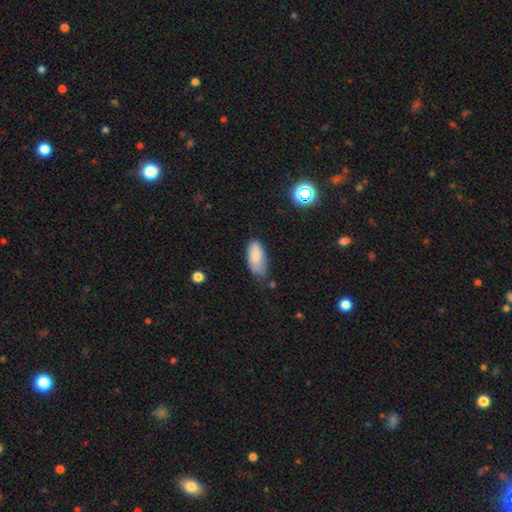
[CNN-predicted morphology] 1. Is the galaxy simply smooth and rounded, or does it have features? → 81% smooth, 11% featured or disk, 8% star or artifact.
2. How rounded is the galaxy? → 90% in between, 7% cigar-shaped, 3% round.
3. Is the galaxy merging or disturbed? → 50% none, 37% minor disturbance, 9% major disturbance, 4% merger.